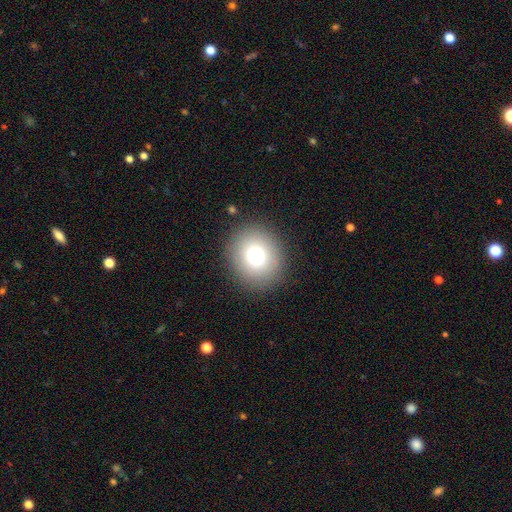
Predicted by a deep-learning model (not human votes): Morphology: type=smooth (73%); roundness=round (83%); merging=none (88%).